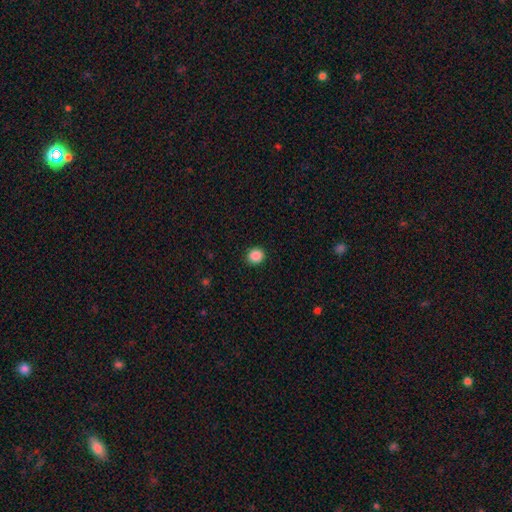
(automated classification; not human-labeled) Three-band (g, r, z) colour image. It shows a smooth galaxy with no disk features (88%) that is round (84%). Merging: none (92%).